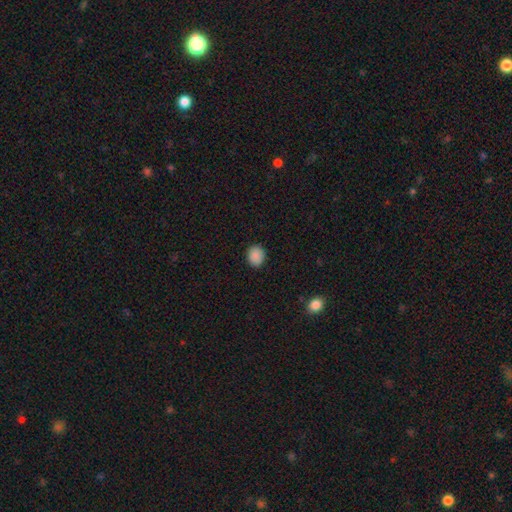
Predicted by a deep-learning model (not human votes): Overall: smooth (88%). How rounded: round (65%; in between 34%). Merging: none (88%).